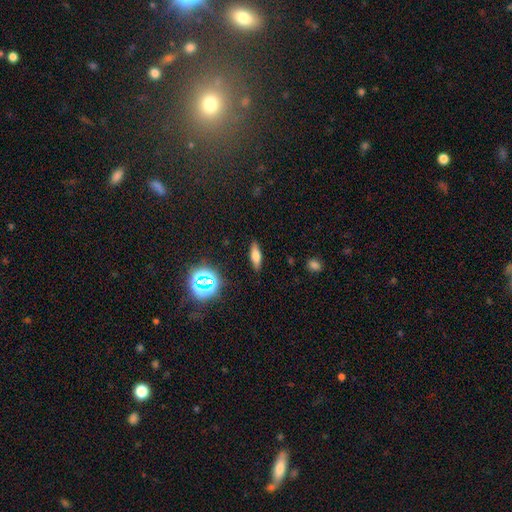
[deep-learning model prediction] Smooth or featured? smooth (63%)
How rounded? in between (50%)
Merging? none (87%)